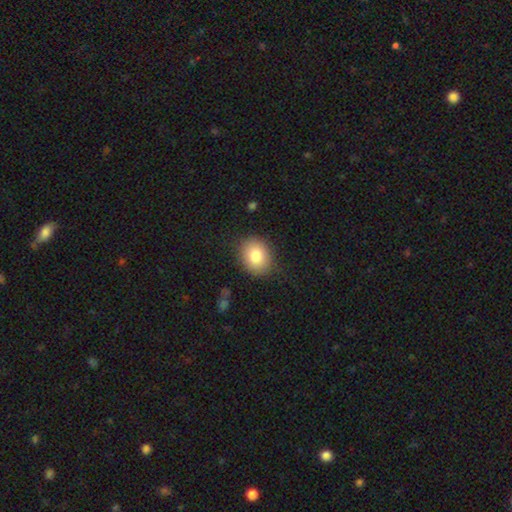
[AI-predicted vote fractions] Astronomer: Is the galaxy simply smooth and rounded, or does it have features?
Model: smooth — 82%.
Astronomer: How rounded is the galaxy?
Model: round — 54% (runner-up: in between, 46%).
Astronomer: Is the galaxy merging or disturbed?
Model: none — 84%.